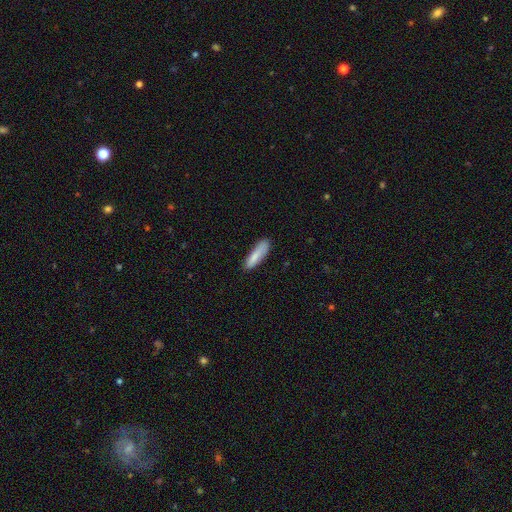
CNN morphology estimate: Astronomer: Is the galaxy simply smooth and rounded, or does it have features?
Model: smooth — 84%.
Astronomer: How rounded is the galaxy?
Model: cigar-shaped — 69%.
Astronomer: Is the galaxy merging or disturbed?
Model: none — 79%.